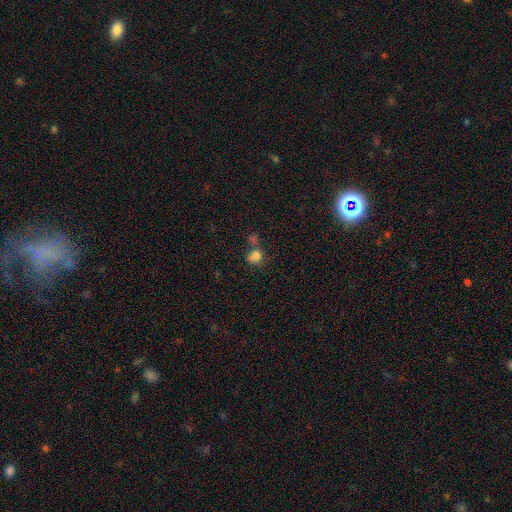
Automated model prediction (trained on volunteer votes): Overall: smooth (78%). How rounded: round (72%). Merging: none (44%; merger 31%).